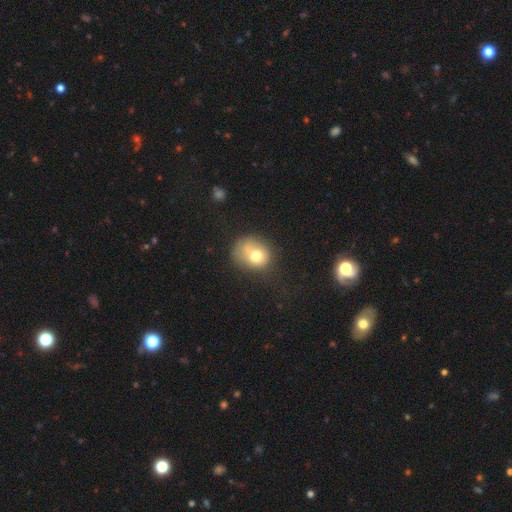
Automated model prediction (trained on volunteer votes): Q: Smooth or featured?
A: smooth (71%); runner-up: featured or disk (18%)
Q: How rounded?
A: round (67%); runner-up: in between (32%)
Q: Merging?
A: none (41%); runner-up: minor disturbance (26%)